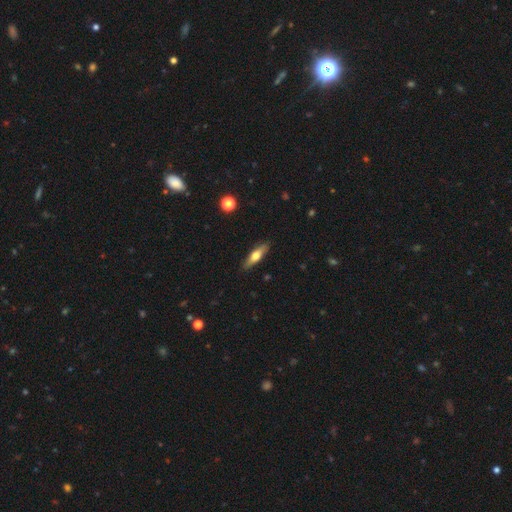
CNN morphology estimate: smooth 56%, featured or disk 38%, star or artifact 6%. Down the decision tree: how rounded — cigar-shaped (64%); merging — none (88%).